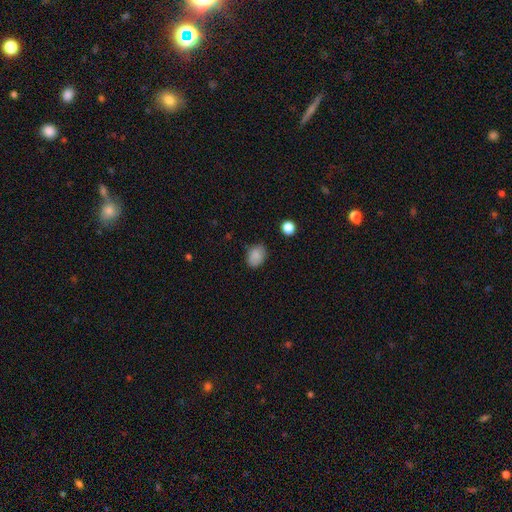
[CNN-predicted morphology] The model was most divided on "how rounded": in between: 65%, round: 34%, cigar-shaped: 1%. More confident: smooth or featured — smooth (85%); merging — none (78%).